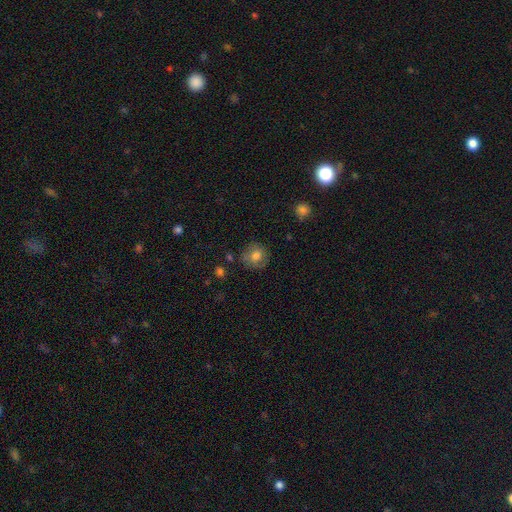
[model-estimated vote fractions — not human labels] Smooth or featured?
  - smooth: 72% *
  - featured or disk: 18%
  - star or artifact: 10%
How rounded?
  - round: 86% *
  - in between: 13%
  - cigar-shaped: 1%
Merging?
  - none: 76% *
  - minor disturbance: 16%
  - major disturbance: 5%
  - merger: 2%